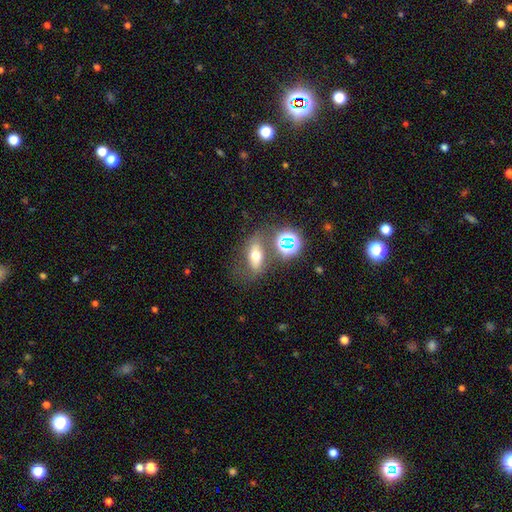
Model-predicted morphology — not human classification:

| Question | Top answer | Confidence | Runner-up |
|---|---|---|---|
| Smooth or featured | smooth | 52% | featured or disk (29%) |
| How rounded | in between | 73% | round (18%) |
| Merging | none | 58% | minor disturbance (17%) |